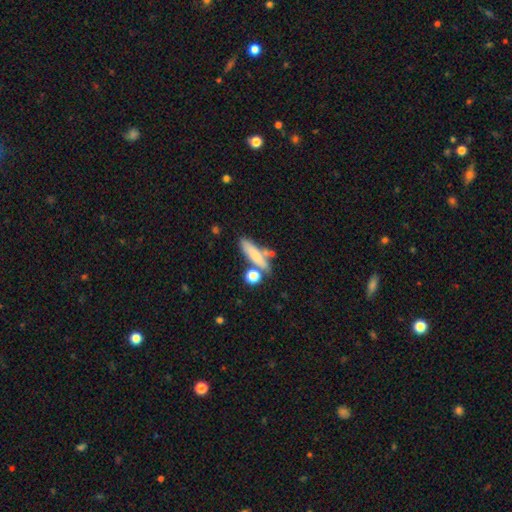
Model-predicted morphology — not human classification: Smooth or featured? smooth (71%)
How rounded? cigar-shaped (62%)
Merging? none (57%)